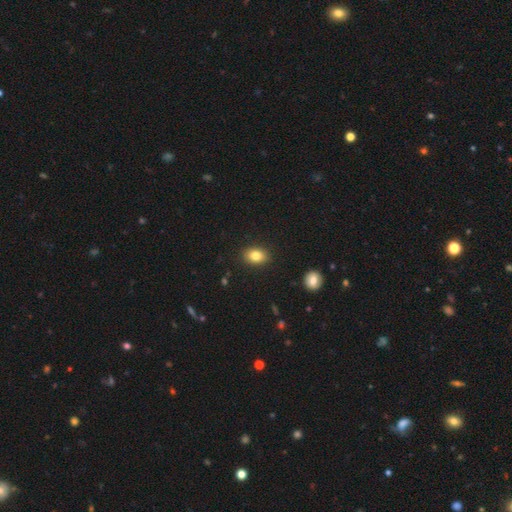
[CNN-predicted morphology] smooth_or_featured: smooth (p=0.82) [alt: star or artifact p=0.09]
how_rounded: in between (p=0.76) [alt: round p=0.23]
merging: none (p=0.88) [alt: minor disturbance p=0.08]